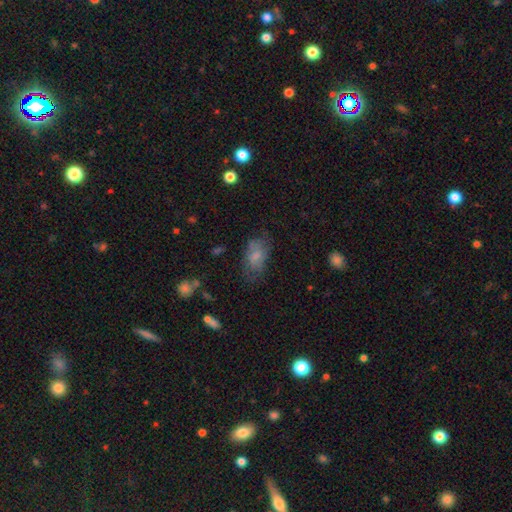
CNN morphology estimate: smooth 69%, featured or disk 22%, star or artifact 9%. Down the decision tree: how rounded — in between (90%); merging — none (59%).